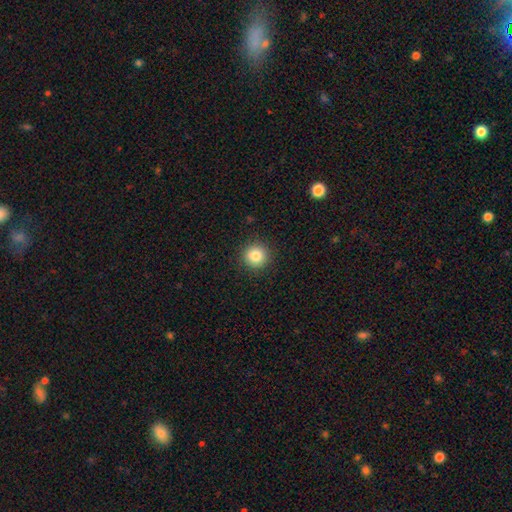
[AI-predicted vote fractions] Smooth or featured: smooth — 83% (star or artifact — 11%)
How rounded: round — 95% (in between — 4%)
Merging: none — 91% (minor disturbance — 6%)